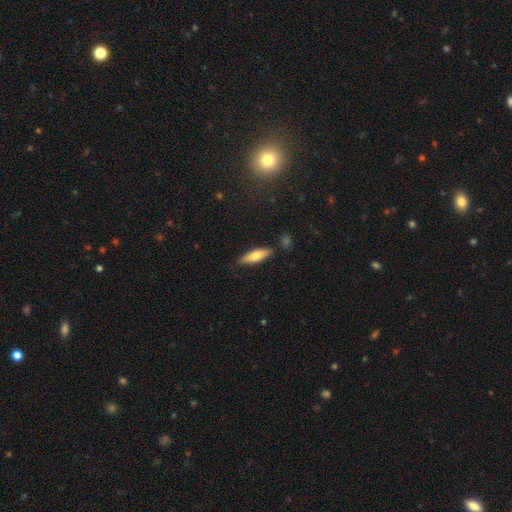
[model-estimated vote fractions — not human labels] A smooth galaxy with no disk features (68%) that is cigar-shaped (54%). Merging: none (82%).